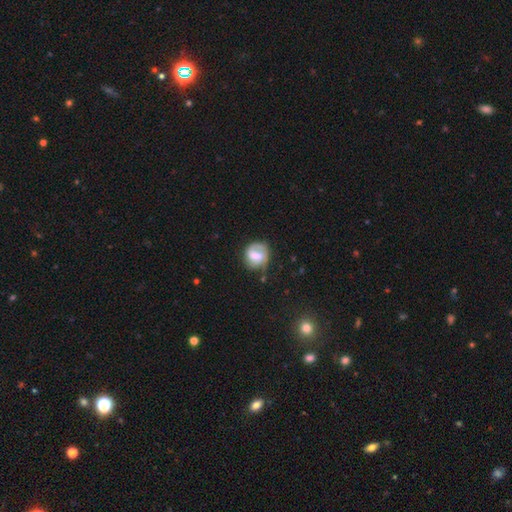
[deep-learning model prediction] Overall: featured or disk (56%; smooth 36%). Edge-on disk: no (97%). Bar: weak (50%; no 27%). Spiral arms: yes (81%). Bulge size: moderate (39%; small 26%). Merging: none (61%; minor disturbance 23%).